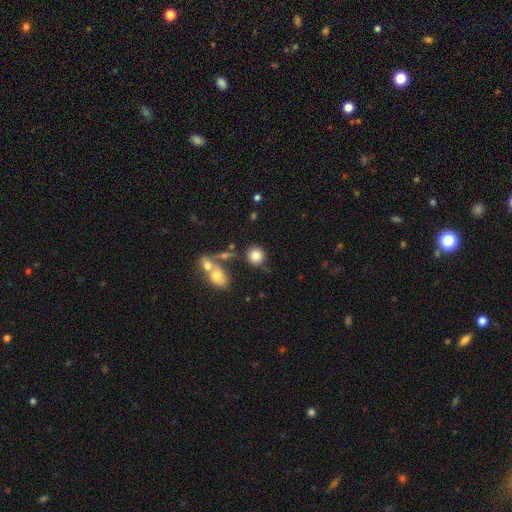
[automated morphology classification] Smooth or featured? Predicted: smooth (p=0.82). How rounded? Predicted: round (p=0.87). Merging? Predicted: none (p=0.69).